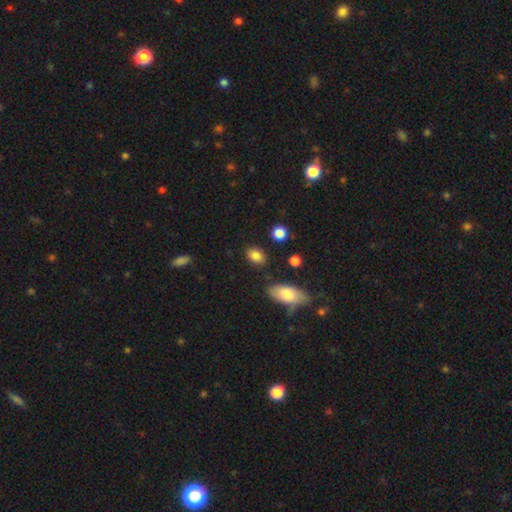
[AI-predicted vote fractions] A smooth galaxy with no disk features (86%) that is in between round and cigar-shaped (76%). Merging: none (83%).